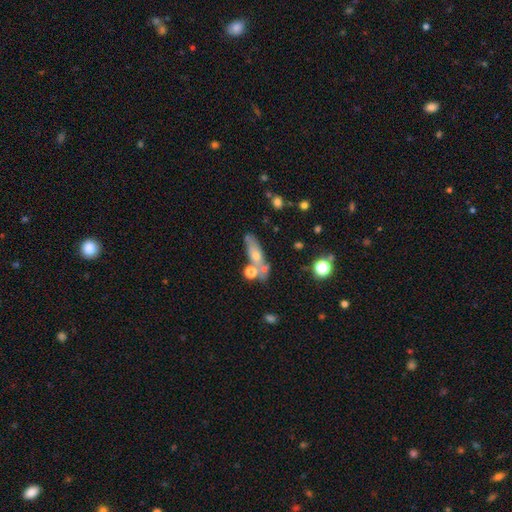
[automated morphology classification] Overall: smooth (53%; featured or disk 36%). How rounded: cigar-shaped (46%, tied with in between). Merging: none (51%; merger 24%).